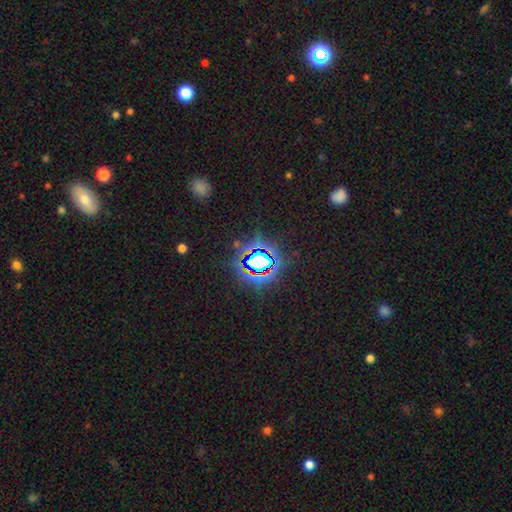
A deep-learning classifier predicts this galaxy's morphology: A star or artifact, not a galaxy (79%).